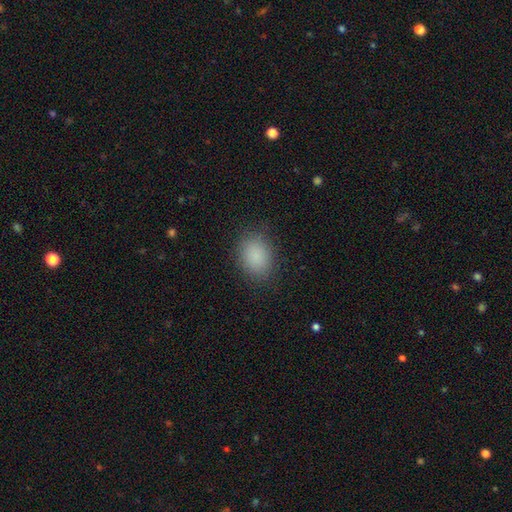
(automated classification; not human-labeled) A smooth galaxy with no disk features (86%) that is in between round and cigar-shaped (60%).

Vote fractions:
- Smooth or featured? smooth: 86% / star or artifact: 10% / featured or disk: 4%
- How rounded? in between: 60% / round: 38% / cigar-shaped: 1%
- Merging? none: 84% / minor disturbance: 11% / major disturbance: 4% / merger: 1%